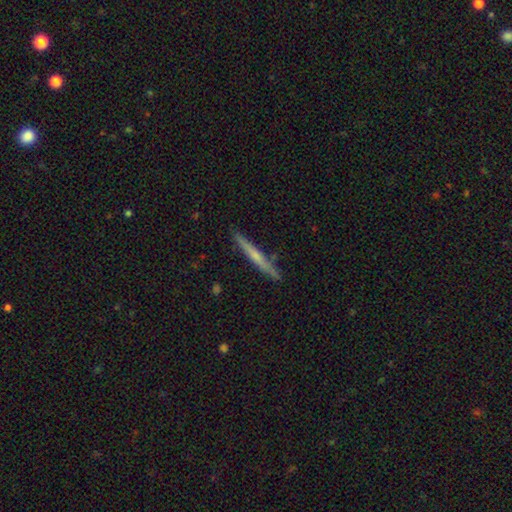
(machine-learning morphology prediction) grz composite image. It shows a featured or disk galaxy (51%) viewed edge-on (97%). Merging: none (87%).